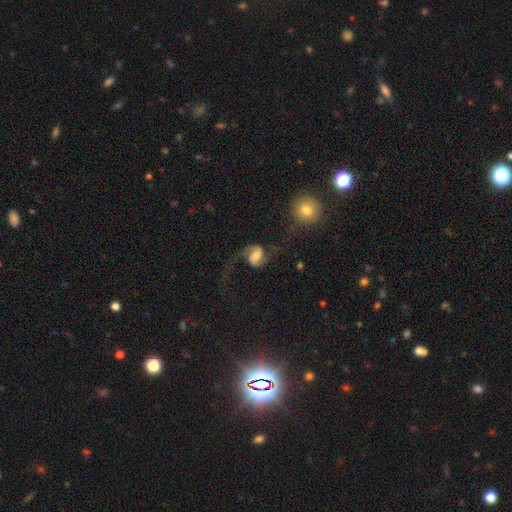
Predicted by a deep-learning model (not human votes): Smooth or featured: featured or disk — 86% (smooth — 8%)
Edge-on disk: no — 98% (yes — 2%)
Bar: weak — 48% (no — 31%)
Spiral arms: yes — 97% (no — 3%)
Spiral winding: loose — 55% (medium — 36%)
Spiral arm count: 2 — 92% (1 — 4%)
Bulge size: moderate — 55% (small — 26%)
Merging: none — 59% (major disturbance — 22%)